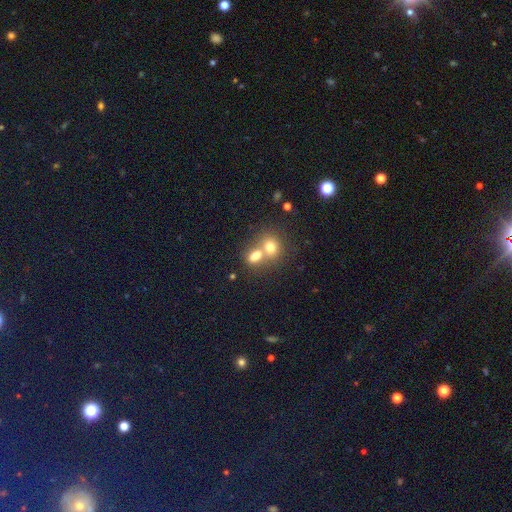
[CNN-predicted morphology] smooth_or_featured: smooth (p=0.73) [alt: featured or disk p=0.15]
how_rounded: in between (p=0.57) [alt: round p=0.41]
merging: merger (p=0.62) [alt: none p=0.28]